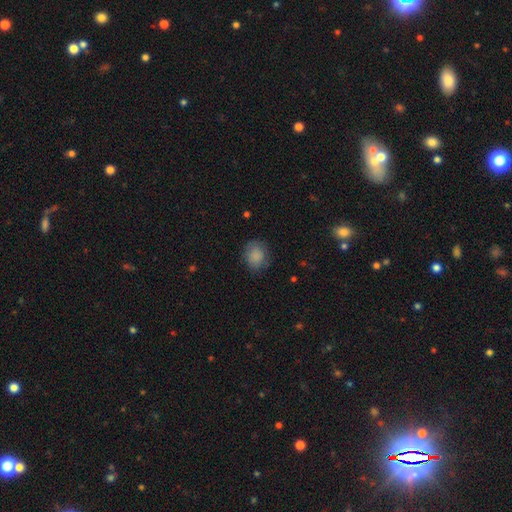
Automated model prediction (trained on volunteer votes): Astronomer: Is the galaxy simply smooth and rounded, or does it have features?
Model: smooth — 84%.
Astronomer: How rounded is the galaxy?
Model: round — 71%.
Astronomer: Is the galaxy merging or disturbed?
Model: none — 74%.